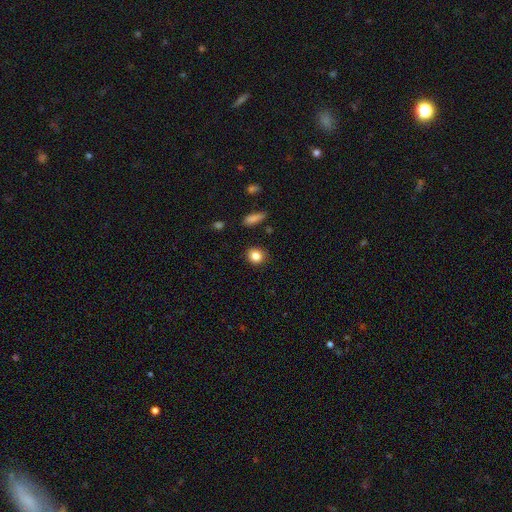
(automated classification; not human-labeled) smooth 84%, star or artifact 10%, featured or disk 6%. Down the decision tree: how rounded — round (79%); merging — none (88%).